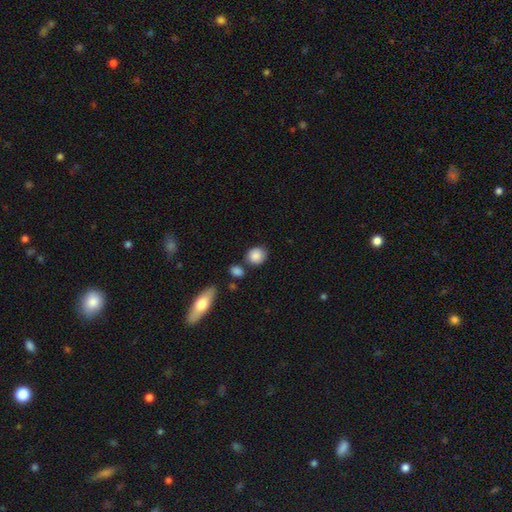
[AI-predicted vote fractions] A smooth galaxy with no disk features (87%) that is round (76%). Merging: none (72%).